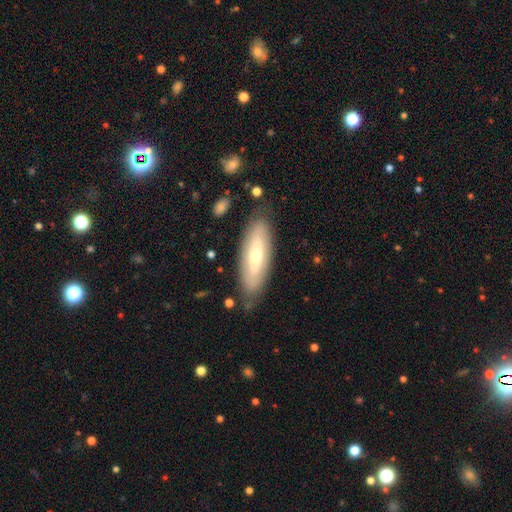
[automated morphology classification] featured or disk 49%, smooth 45%, star or artifact 6%. Down the decision tree: merging — none (81%).